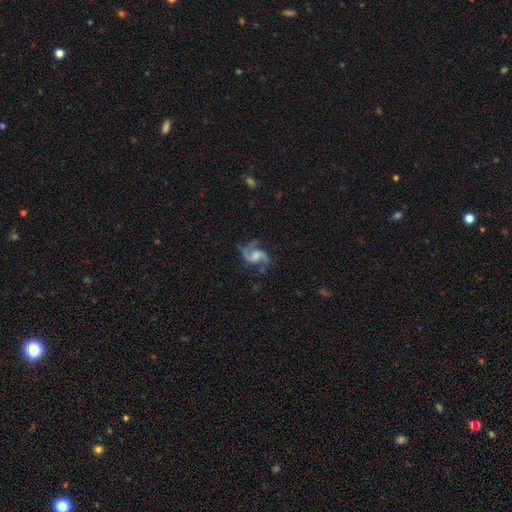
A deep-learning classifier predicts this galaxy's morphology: Smooth or featured? featured or disk (87%)
Edge-on disk? no (98%)
Bar? no (47%)
Spiral arms? yes (97%)
Spiral winding? medium (47%)
Spiral arm count? 2 (89%)
Bulge size? moderate (40%)
Merging? none (64%)